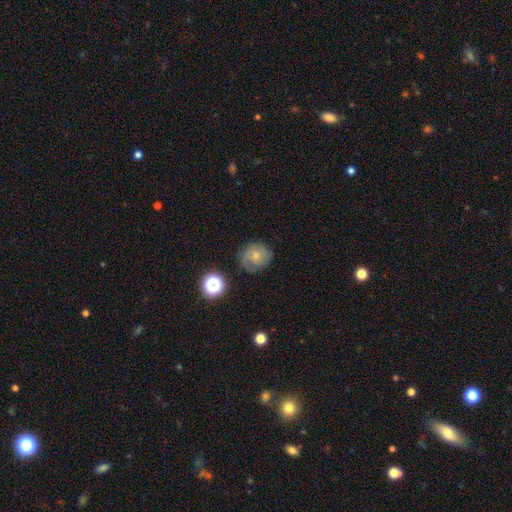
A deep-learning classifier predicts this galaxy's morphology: This is possibly a smooth galaxy (52%). How rounded: clearly round (82%). Merging: likely none (68%).